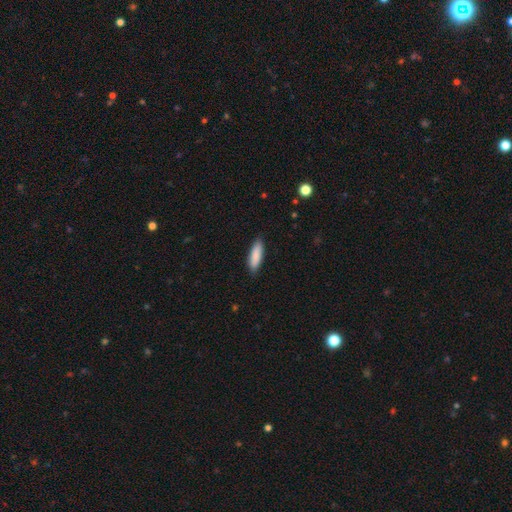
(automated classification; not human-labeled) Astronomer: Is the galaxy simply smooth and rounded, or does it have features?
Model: smooth — 88%.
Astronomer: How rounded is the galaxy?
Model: cigar-shaped — 53% (runner-up: in between, 45%).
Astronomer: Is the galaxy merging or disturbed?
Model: none — 87%.